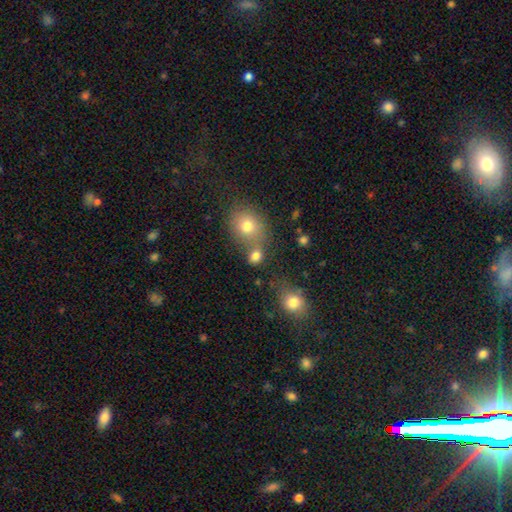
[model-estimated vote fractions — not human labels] Smooth or featured: smooth — 78% (star or artifact — 14%)
How rounded: round — 60% (in between — 38%)
Merging: none — 51% (merger — 34%)